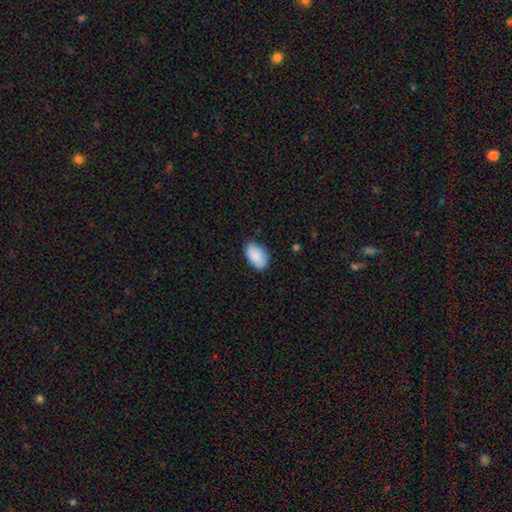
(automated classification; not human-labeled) This is clearly a smooth galaxy (90%). How rounded: clearly in between (95%). Merging: clearly none (81%).